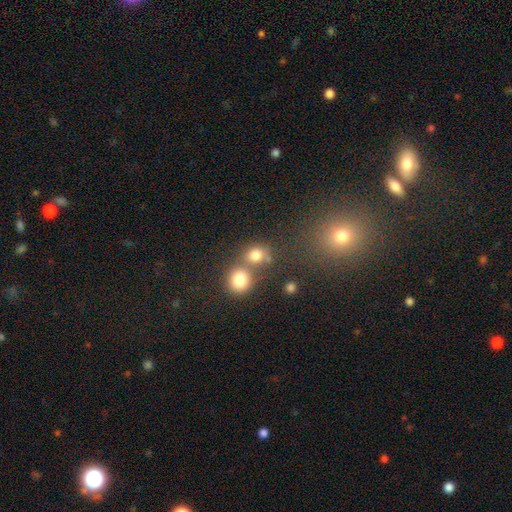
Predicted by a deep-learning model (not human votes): The model was most divided on "merging": none: 50%, merger: 38%, minor disturbance: 8%, major disturbance: 4%. More confident: smooth or featured — smooth (77%); how rounded — round (75%).